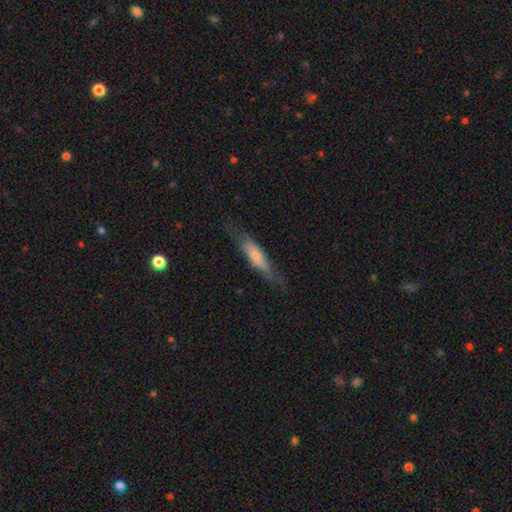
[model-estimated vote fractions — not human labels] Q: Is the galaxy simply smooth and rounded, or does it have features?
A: smooth — 53%.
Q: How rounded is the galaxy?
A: cigar-shaped — 78%.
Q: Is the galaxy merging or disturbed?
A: none — 68%.